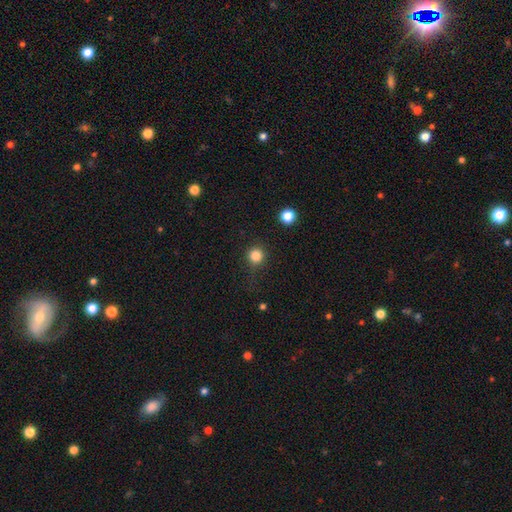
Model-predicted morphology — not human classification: Overall: smooth (83%). How rounded: round (94%). Merging: none (83%).